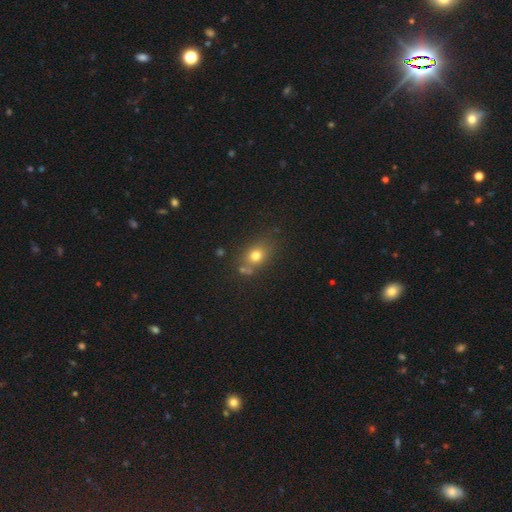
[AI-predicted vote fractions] smooth_or_featured: smooth (p=0.75) [alt: star or artifact p=0.14]
how_rounded: round (p=0.50) [alt: in between p=0.48]
merging: none (p=0.62) [alt: minor disturbance p=0.17]